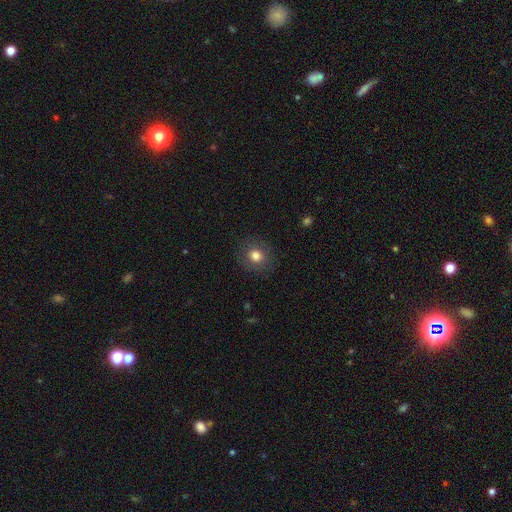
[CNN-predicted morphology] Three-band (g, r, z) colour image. It shows a smooth galaxy with no disk features (79%) that is round (82%). Merging: none (88%).